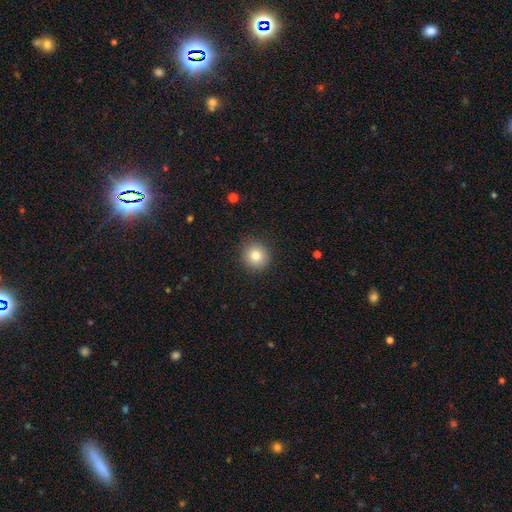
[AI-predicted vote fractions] Smooth or featured?
  - smooth: 80% *
  - star or artifact: 11%
  - featured or disk: 9%
How rounded?
  - round: 93% *
  - in between: 6%
  - cigar-shaped: 1%
Merging?
  - none: 90% *
  - minor disturbance: 7%
  - major disturbance: 2%
  - merger: 1%